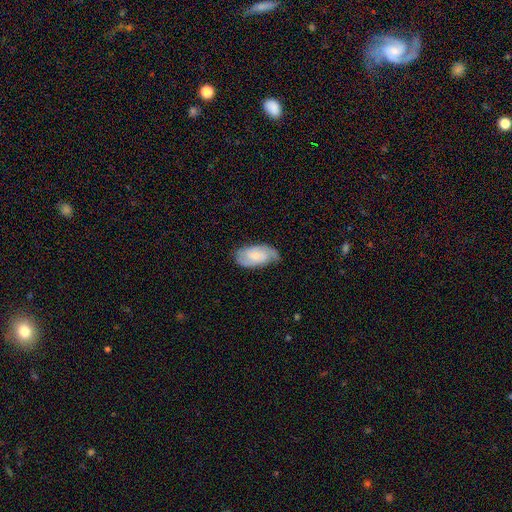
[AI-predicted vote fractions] The model was most divided on "smooth or featured": featured or disk: 57%, smooth: 37%, star or artifact: 7%. Remaining: edge-on disk — no (95%); spiral arms — yes (90%); merging — none (62%); bar — no (57%); bulge size — small (47%).